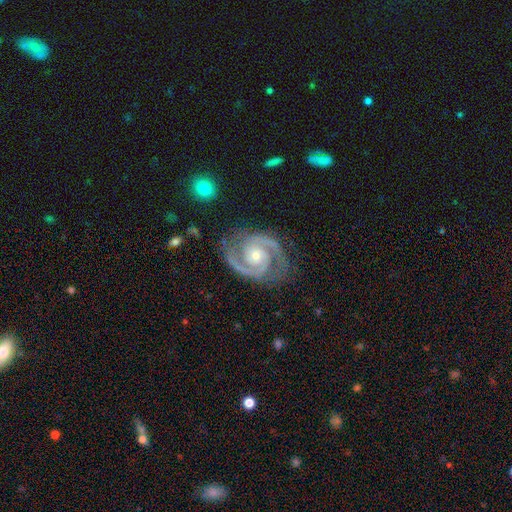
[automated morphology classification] smooth-or-featured: featured or disk: 94% | star or artifact: 4% | smooth: 2%
  disk-edge-on: no: 98% | yes: 2%
    bar: no: 66% | weak: 24% | strong: 10%
    has-spiral-arms: yes: 99% | no: 1%
      spiral-winding: medium: 48% | tight: 47% | loose: 5%
      spiral-arm-count: 2: 93% | 3: 3% | can't tell: 1% | 1: 1% | 4: 1% | more than 4: 1%
    bulge-size: small: 55% | moderate: 42% | large: 2% | none: 1% | dominant: 1%
  merging: none: 81% | minor disturbance: 14% | major disturbance: 4% | merger: 1%